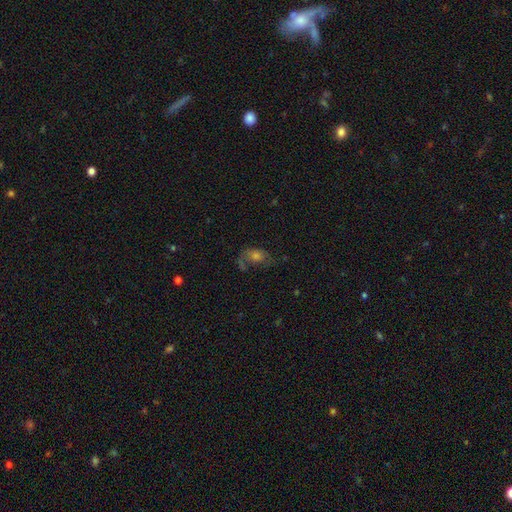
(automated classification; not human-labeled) Morphology: type=smooth (42%); merging=none (43%).